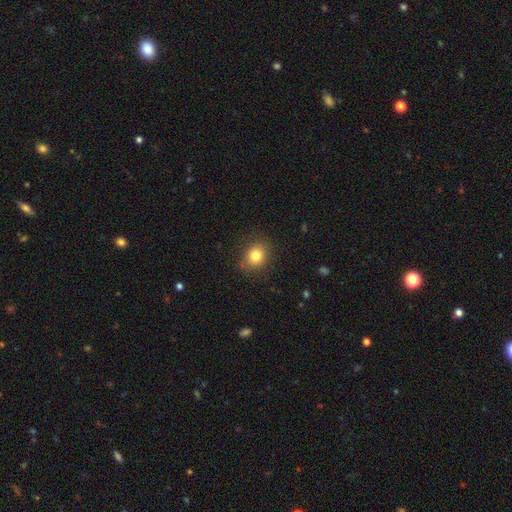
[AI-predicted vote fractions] smooth 80%, star or artifact 11%, featured or disk 8%. Down the decision tree: how rounded — round (64%); merging — none (84%).